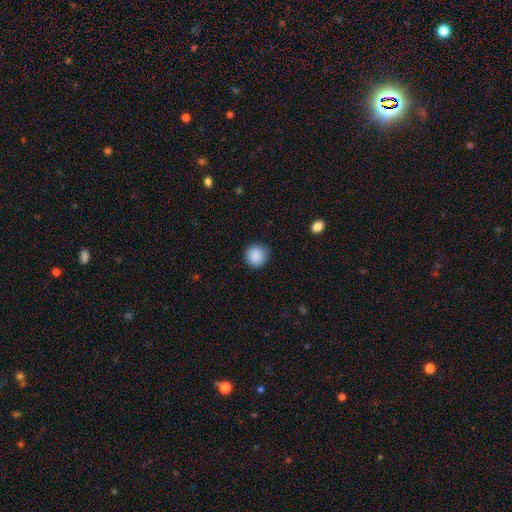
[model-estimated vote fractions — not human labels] This is clearly a smooth galaxy (89%). How rounded: clearly round (93%). Merging: clearly none (88%).